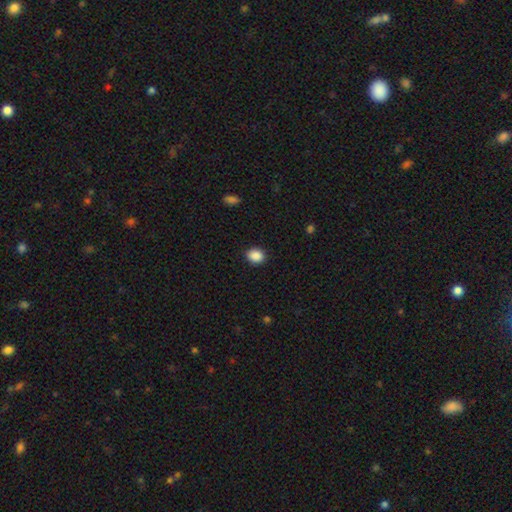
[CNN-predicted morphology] This appears to be a smooth galaxy with no disk features (88%) that is round (59%). Merging: none (89%).